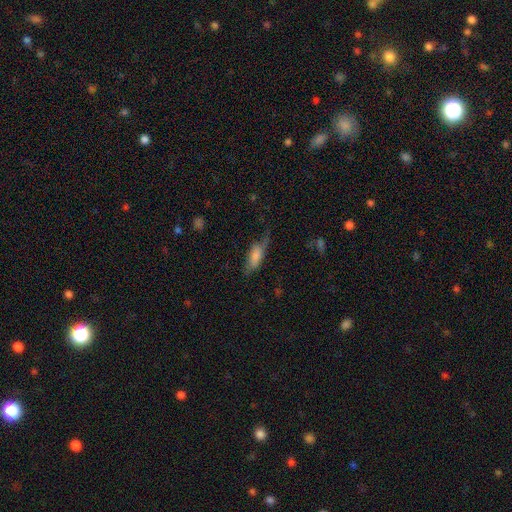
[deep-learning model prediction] The model was most divided on "merging": none: 39%, minor disturbance: 32%, major disturbance: 26%, merger: 3%. More confident: how rounded — in between (72%); smooth or featured — smooth (68%).